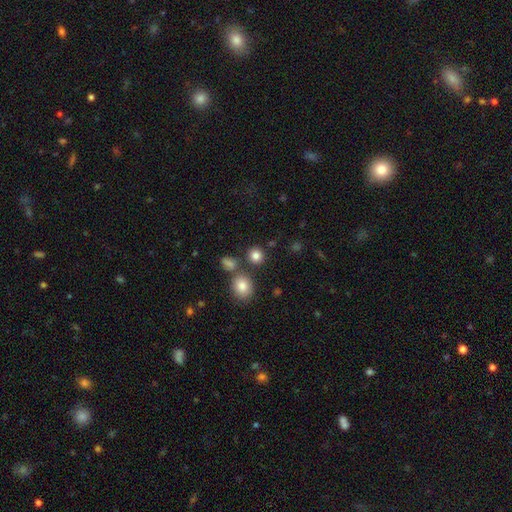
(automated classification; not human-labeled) Morphology: type=smooth (83%); roundness=round (84%); merging=none (77%).